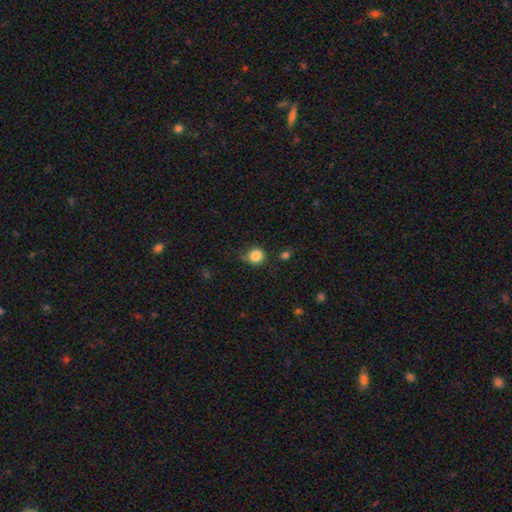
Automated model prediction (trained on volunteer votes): smooth 84%, star or artifact 10%, featured or disk 5%. Down the decision tree: how rounded — round (83%); merging — none (65%).